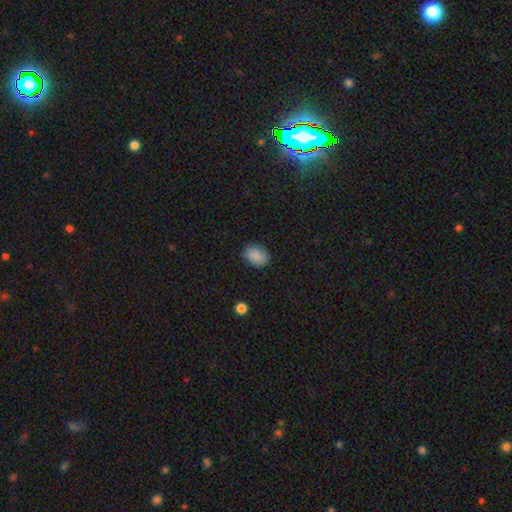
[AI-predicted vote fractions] This is clearly a smooth galaxy (88%). How rounded: likely in between (71%). Merging: clearly none (84%).